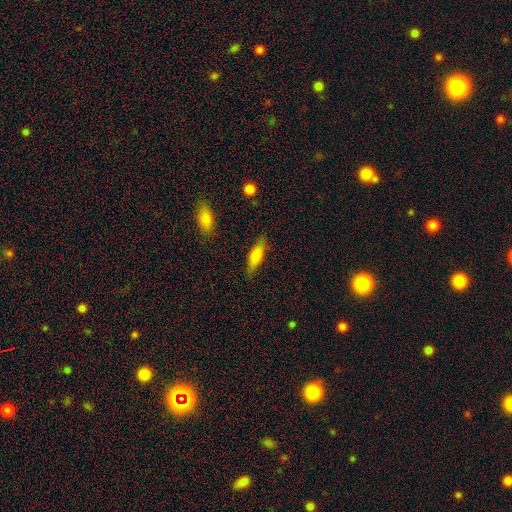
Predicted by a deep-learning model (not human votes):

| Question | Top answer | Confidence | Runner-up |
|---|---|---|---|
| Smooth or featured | smooth | 75% | featured or disk (19%) |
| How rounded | in between | 51% | cigar-shaped (47%) |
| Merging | none | 82% | minor disturbance (13%) |